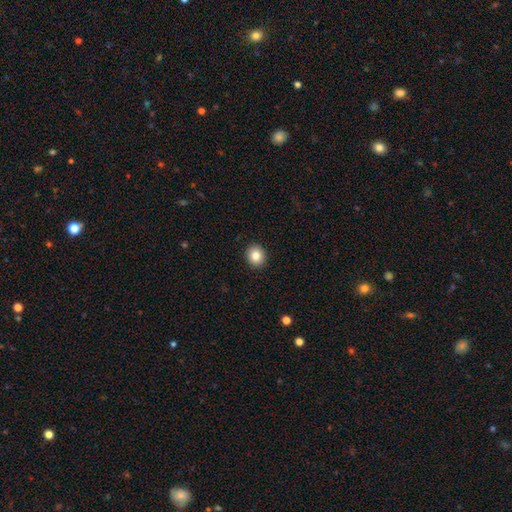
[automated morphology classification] Overall: smooth (83%). How rounded: round (76%). Merging: none (92%).